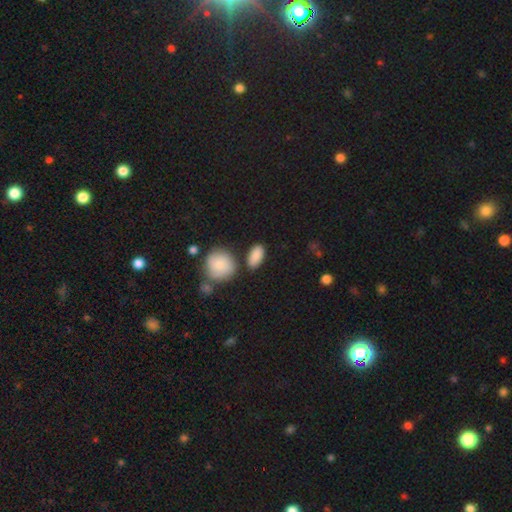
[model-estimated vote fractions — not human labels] This is clearly a smooth galaxy (88%). How rounded: clearly in between (89%). Merging: likely none (77%).